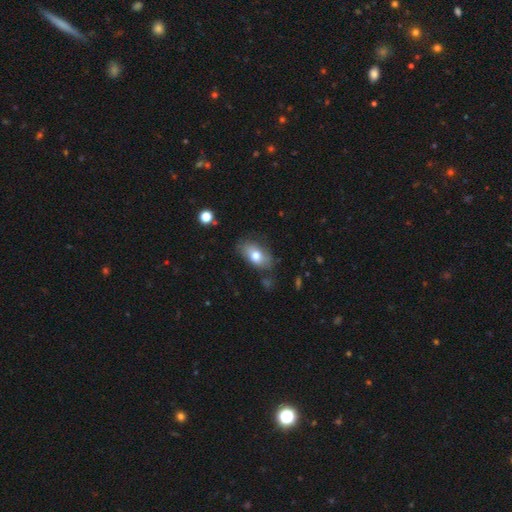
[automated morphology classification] Smooth or featured: smooth — 72% (featured or disk — 21%)
How rounded: in between — 89% (round — 8%)
Merging: none — 72% (minor disturbance — 20%)